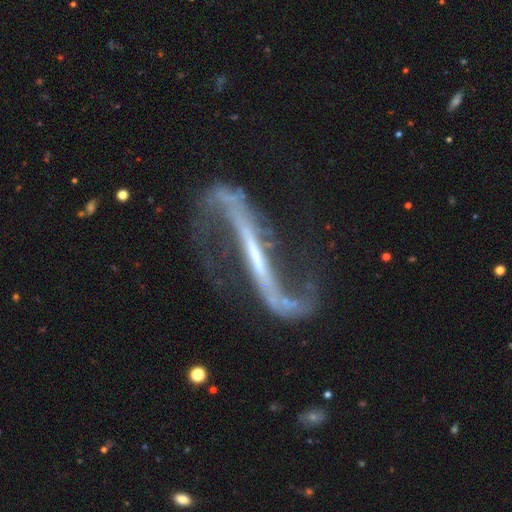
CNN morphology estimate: Smooth or featured: featured or disk — 89% (star or artifact — 6%)
Edge-on disk: no — 74% (yes — 26%)
Bar: strong — 72% (weak — 17%)
Spiral arms: yes — 91% (no — 9%)
Spiral winding: loose — 86% (medium — 10%)
Spiral arm count: 2 — 91% (1 — 4%)
Bulge size: small — 55% (none — 26%)
Merging: none — 57% (major disturbance — 20%)